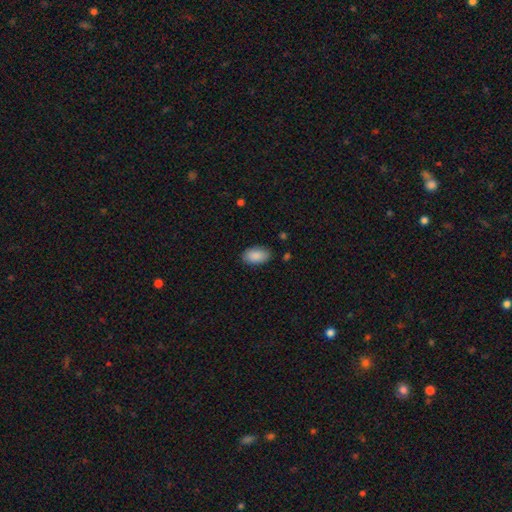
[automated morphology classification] Smooth or featured: smooth — 89% (star or artifact — 7%)
How rounded: in between — 93% (round — 5%)
Merging: none — 85% (minor disturbance — 11%)